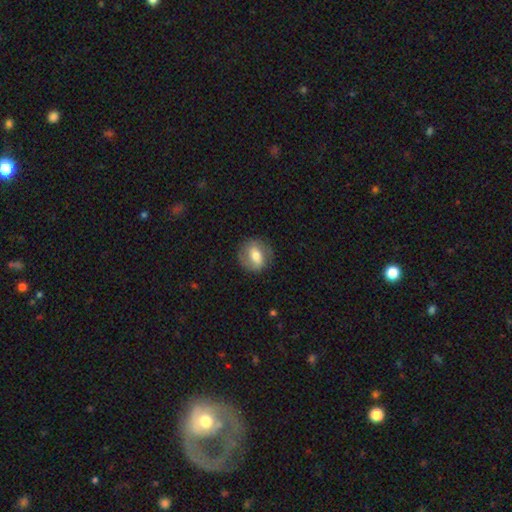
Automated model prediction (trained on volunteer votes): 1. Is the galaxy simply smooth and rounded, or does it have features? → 48% featured or disk, 45% smooth, 7% star or artifact.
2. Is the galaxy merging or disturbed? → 79% none, 14% minor disturbance, 6% major disturbance, 1% merger.